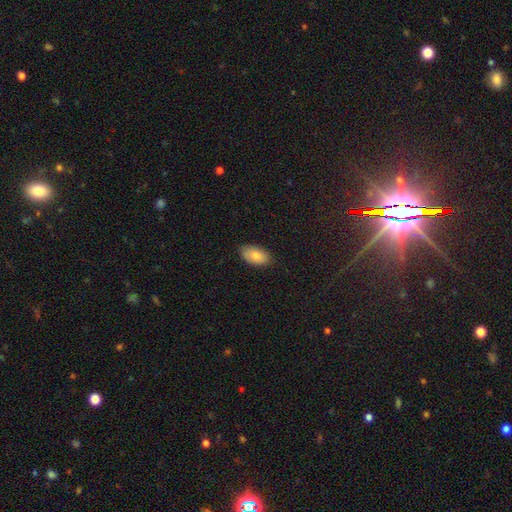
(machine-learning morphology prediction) Smooth or featured? Predicted: smooth (p=0.83). How rounded? Predicted: in between (p=0.94). Merging? Predicted: none (p=0.83).